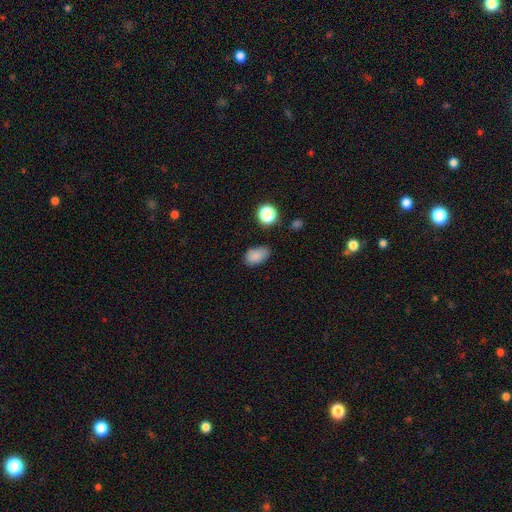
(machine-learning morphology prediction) smooth_or_featured: smooth (p=0.83) [alt: star or artifact p=0.12]
how_rounded: in between (p=0.86) [alt: round p=0.12]
merging: none (p=0.68) [alt: minor disturbance p=0.24]